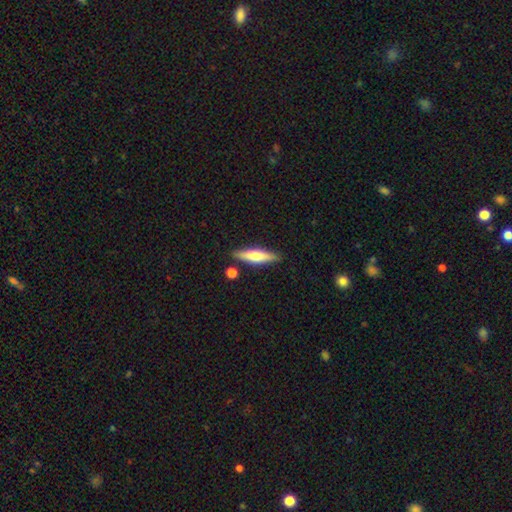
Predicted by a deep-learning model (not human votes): Smooth or featured?
  - smooth: 50% *
  - featured or disk: 44%
  - star or artifact: 6%
How rounded?
  - cigar-shaped: 79% *
  - in between: 19%
  - round: 2%
Merging?
  - none: 85% *
  - minor disturbance: 9%
  - merger: 4%
  - major disturbance: 2%